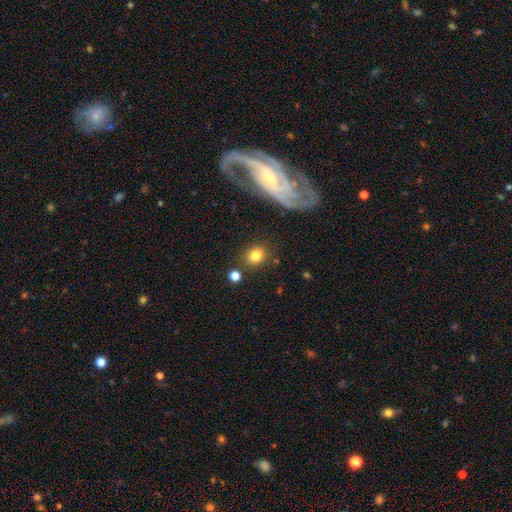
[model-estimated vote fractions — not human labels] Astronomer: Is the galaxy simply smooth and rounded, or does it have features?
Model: smooth — 80%.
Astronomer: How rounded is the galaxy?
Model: round — 67%.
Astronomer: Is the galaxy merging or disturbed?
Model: none — 81%.